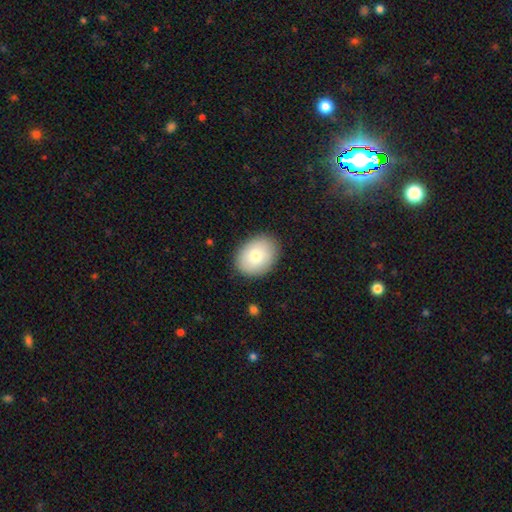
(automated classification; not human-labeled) This appears to be a smooth galaxy with no disk features (78%) that is in between round and cigar-shaped (66%). Merging: none (87%).